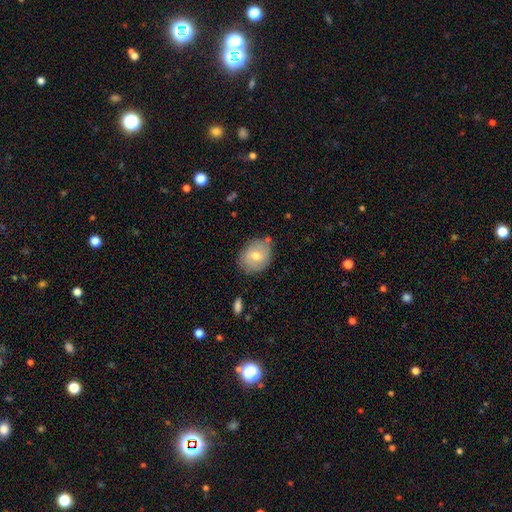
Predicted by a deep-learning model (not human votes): A smooth galaxy with no disk features (51%) that is in between round and cigar-shaped (52%). Merging: none (75%).